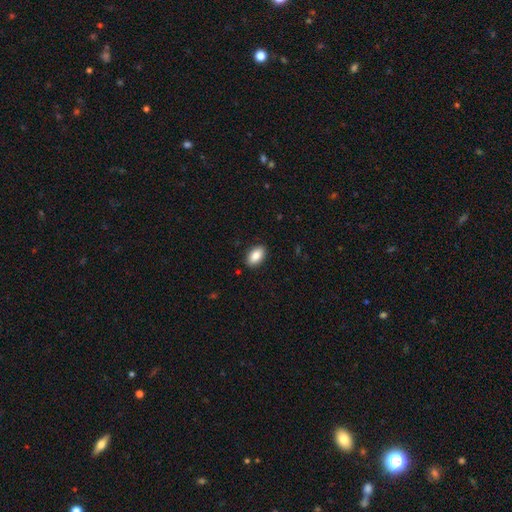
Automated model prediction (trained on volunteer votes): This appears to be a smooth galaxy with no disk features (87%) that is in between round and cigar-shaped (93%). Merging: none (90%).